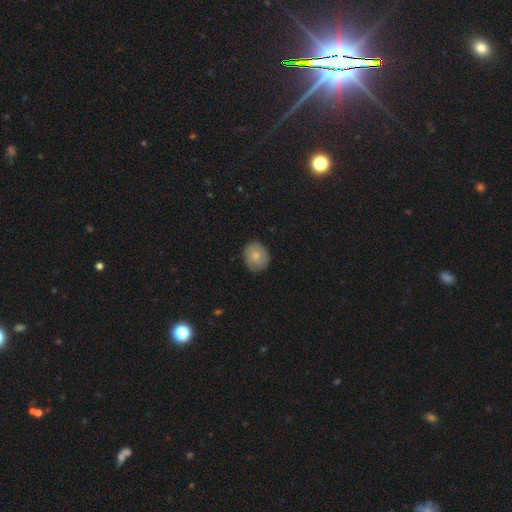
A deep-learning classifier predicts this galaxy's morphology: smooth_or_featured: smooth (p=0.71) [alt: featured or disk p=0.22]
how_rounded: round (p=0.71) [alt: in between p=0.28]
merging: none (p=0.84) [alt: minor disturbance p=0.13]